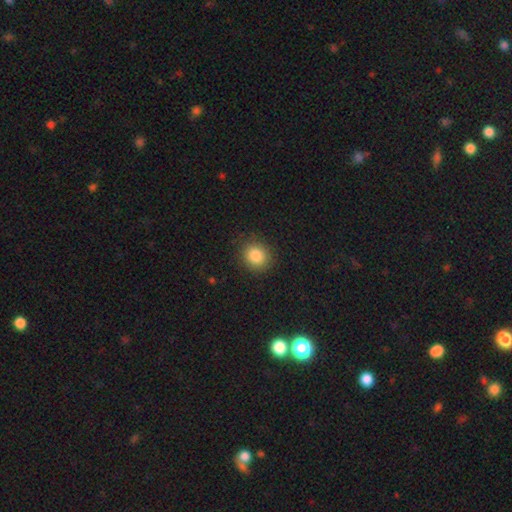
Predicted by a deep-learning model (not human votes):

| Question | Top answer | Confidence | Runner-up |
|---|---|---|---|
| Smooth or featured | smooth | 85% | star or artifact (10%) |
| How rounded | round | 82% | in between (17%) |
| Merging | none | 88% | minor disturbance (8%) |